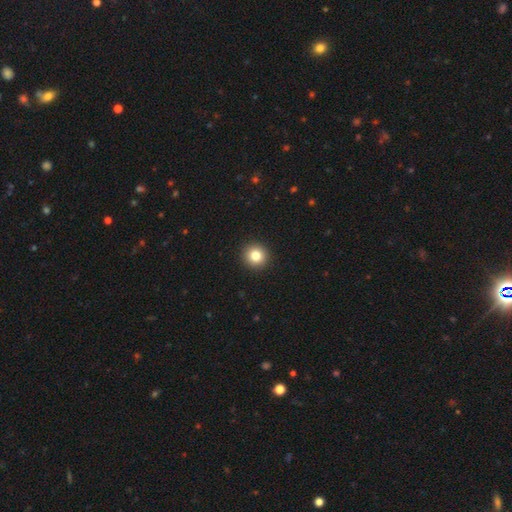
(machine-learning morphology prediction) Smooth or featured? smooth (81%)
How rounded? round (95%)
Merging? none (94%)